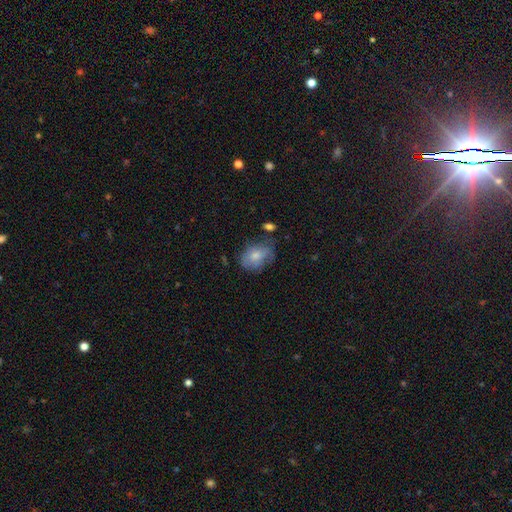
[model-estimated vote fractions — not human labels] This appears to be a smooth galaxy with no disk features (71%) that is in between round and cigar-shaped (76%). Merging: none (51%).